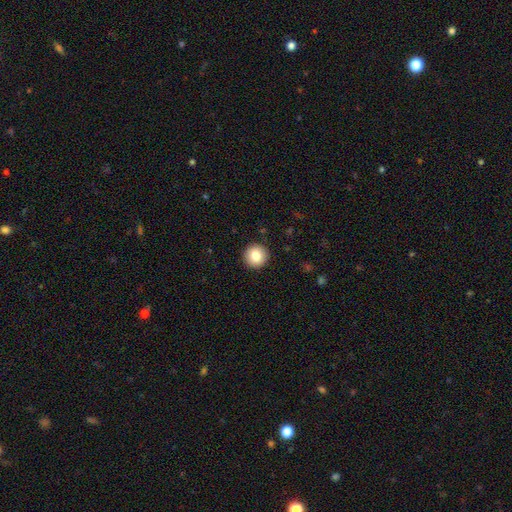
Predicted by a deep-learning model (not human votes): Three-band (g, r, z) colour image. It shows a smooth galaxy with no disk features (83%) that is round (96%). Merging: none (93%).